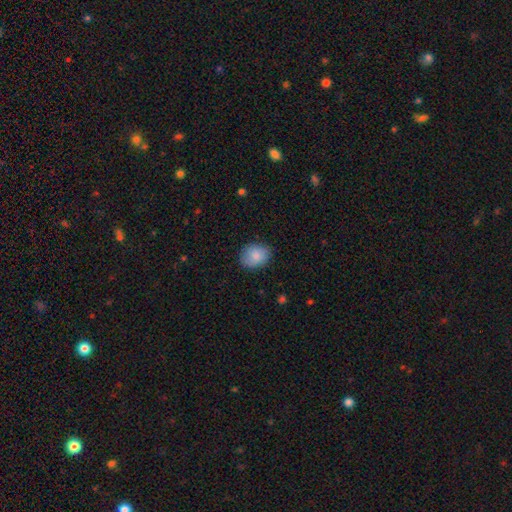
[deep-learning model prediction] Smooth or featured? Predicted: smooth (p=0.85). How rounded? Predicted: in between (p=0.50). Merging? Predicted: none (p=0.79).